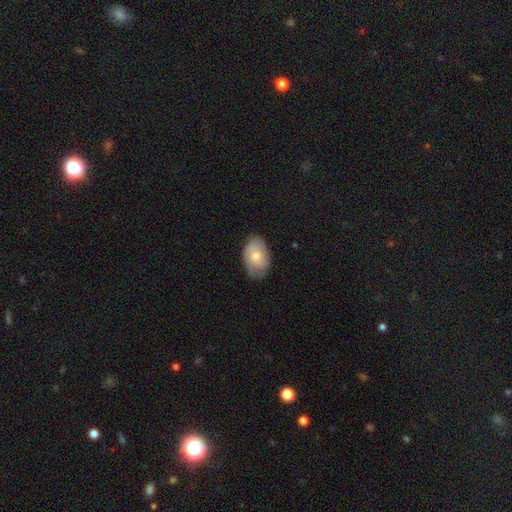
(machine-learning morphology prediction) smooth 53%, featured or disk 41%, star or artifact 6%. Down the decision tree: how rounded — in between (85%); merging — none (70%).